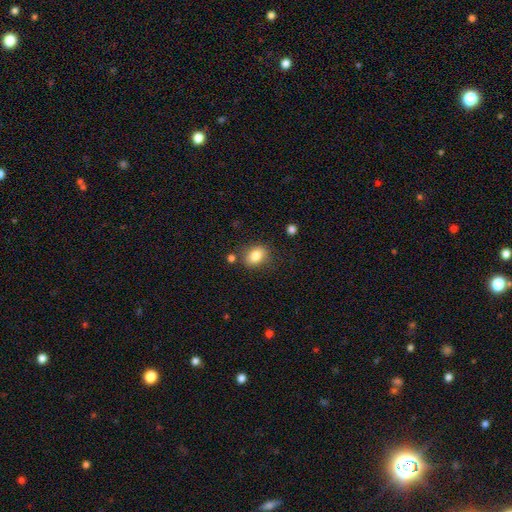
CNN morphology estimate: smooth-or-featured: smooth: 83% | star or artifact: 9% | featured or disk: 8%
  how-rounded: in between: 60% | round: 39% | cigar-shaped: 1%
  merging: none: 78% | minor disturbance: 14% | merger: 5% | major disturbance: 4%